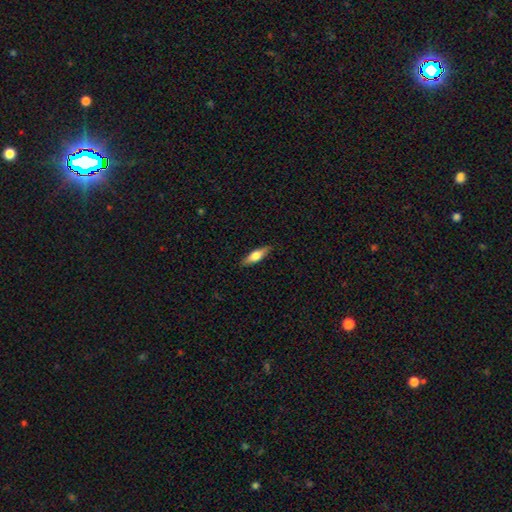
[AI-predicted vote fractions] Morphology: type=smooth (57%); roundness=cigar-shaped (56%); merging=none (87%).